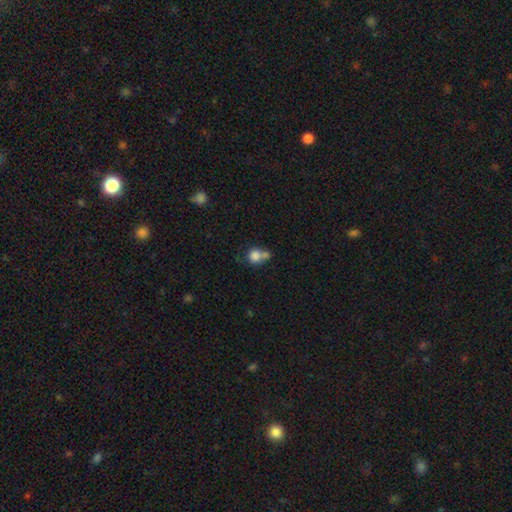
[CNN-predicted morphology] smooth_or_featured: smooth (p=0.80) [alt: star or artifact p=0.10]
how_rounded: round (p=0.80) [alt: in between p=0.19]
merging: merger (p=0.43) [alt: none p=0.36]